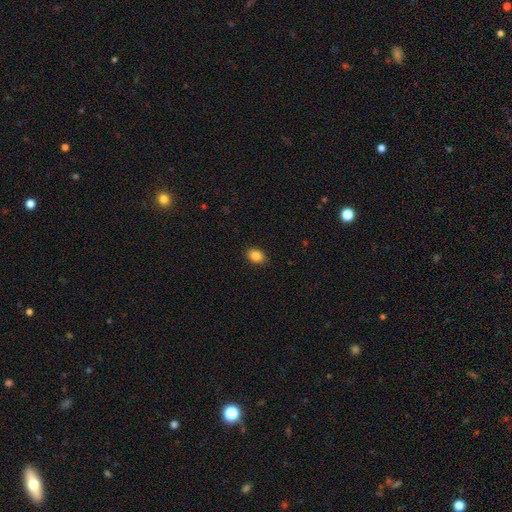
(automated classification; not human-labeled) The model was most divided on "how rounded": in between: 76%, round: 23%, cigar-shaped: 1%. More confident: merging — none (90%); smooth or featured — smooth (87%).